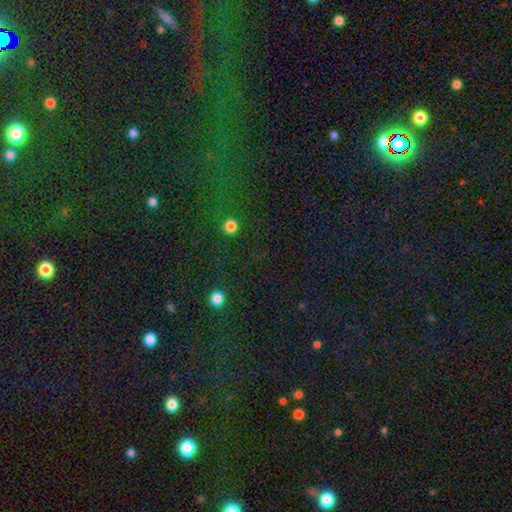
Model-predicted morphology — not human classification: smooth-or-featured: star or artifact: 75% | smooth: 16% | featured or disk: 9%